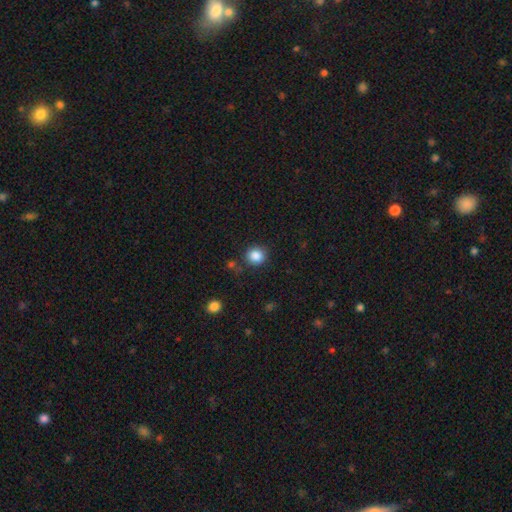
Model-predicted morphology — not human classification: type=smooth (86%); roundness=round (86%); merging=none (84%).